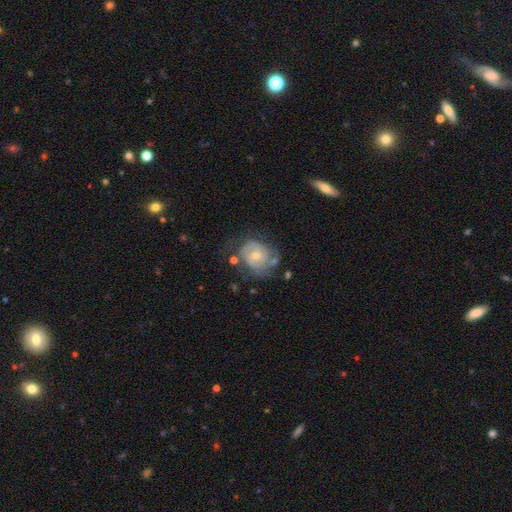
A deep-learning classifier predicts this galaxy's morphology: Overall: featured or disk (77%). Edge-on disk: no (97%). Bar: no (73%). Spiral arms: yes (88%). Spiral arm count: 2 (43%; can't tell 31%). Spiral winding: tight (61%; medium 30%). Bulge size: small (51%; moderate 46%). Merging: none (59%; minor disturbance 23%).